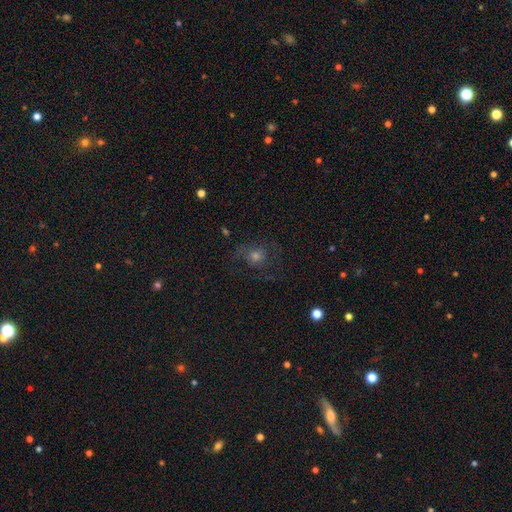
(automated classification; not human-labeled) Overall: featured or disk (41%; smooth 35%). Merging: none (62%).